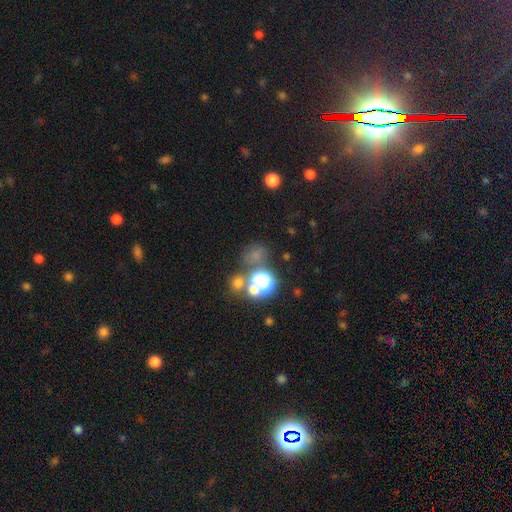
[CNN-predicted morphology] Overall: smooth (52%; star or artifact 38%). How rounded: round (68%; in between 31%). Merging: none (57%; merger 19%).